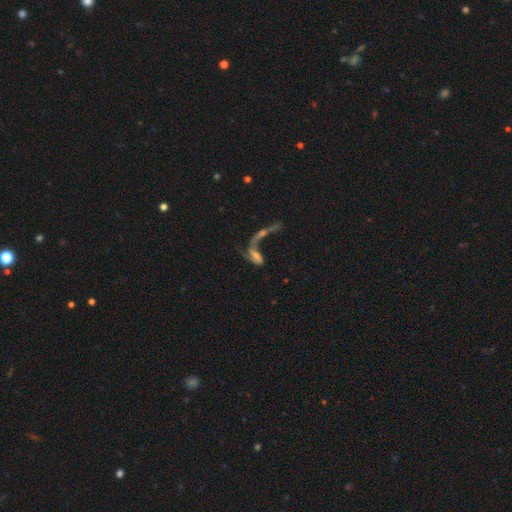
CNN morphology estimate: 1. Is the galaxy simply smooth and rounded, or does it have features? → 57% featured or disk, 30% smooth, 14% star or artifact.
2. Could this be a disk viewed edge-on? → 85% no, 15% yes.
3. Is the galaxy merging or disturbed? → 54% merger, 23% major disturbance, 15% none, 7% minor disturbance.